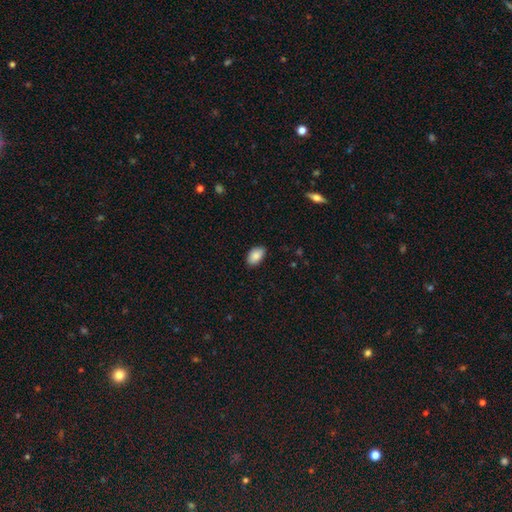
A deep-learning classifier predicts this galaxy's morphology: type=smooth (88%); roundness=in between (92%); merging=none (83%).